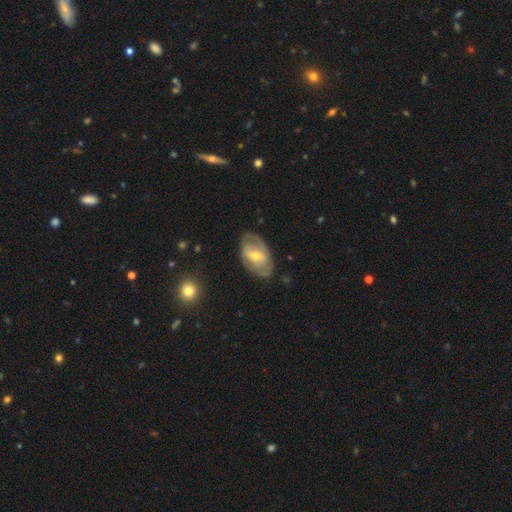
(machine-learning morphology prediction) Smooth or featured? featured or disk (66%)
Edge-on disk? no (93%)
Bar? weak (44%)
Spiral arms? yes (62%)
Bulge size? moderate (55%)
Merging? none (70%)